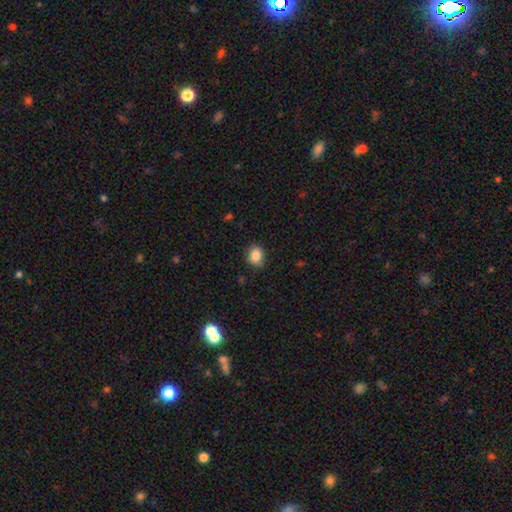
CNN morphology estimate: Smooth or featured? smooth (85%)
How rounded? round (56%)
Merging? none (80%)